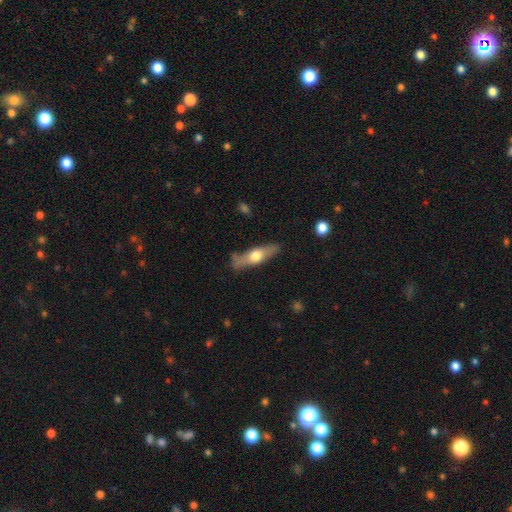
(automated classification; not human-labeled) This appears to be a featured or disk galaxy (51%) viewed edge-on (85%). Merging: none (78%).